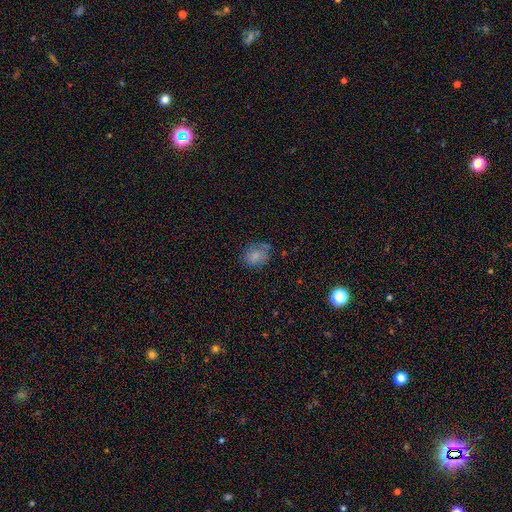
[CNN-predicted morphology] A smooth galaxy with no disk features (80%) that is round (52%). Merging: none (66%).